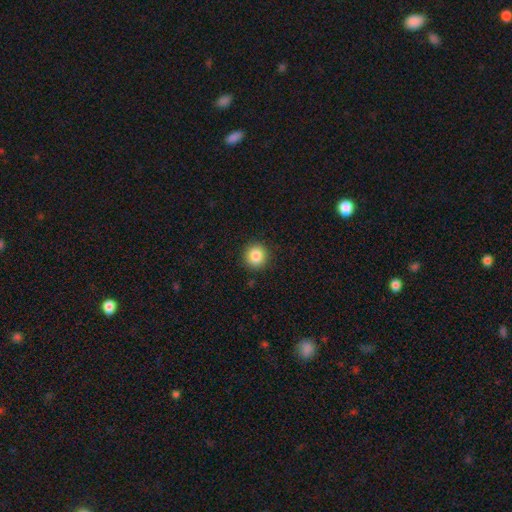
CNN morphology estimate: Smooth or featured?
  - smooth: 86% *
  - star or artifact: 10%
  - featured or disk: 4%
How rounded?
  - round: 93% *
  - in between: 6%
  - cigar-shaped: 1%
Merging?
  - none: 91% *
  - minor disturbance: 6%
  - major disturbance: 2%
  - merger: 1%